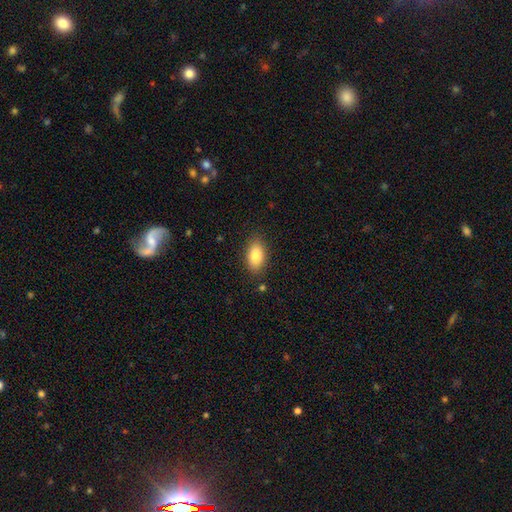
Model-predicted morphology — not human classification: Smooth or featured? smooth (83%)
How rounded? in between (91%)
Merging? none (85%)